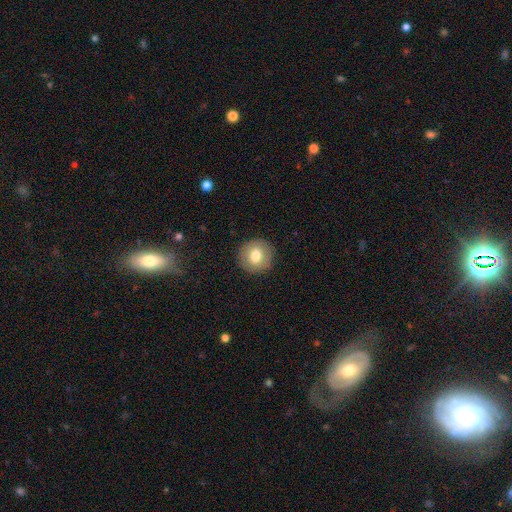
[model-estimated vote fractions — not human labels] Smooth or featured?
  - smooth: 76% *
  - featured or disk: 16%
  - star or artifact: 8%
How rounded?
  - round: 93% *
  - in between: 6%
  - cigar-shaped: 1%
Merging?
  - none: 90% *
  - minor disturbance: 6%
  - major disturbance: 2%
  - merger: 1%